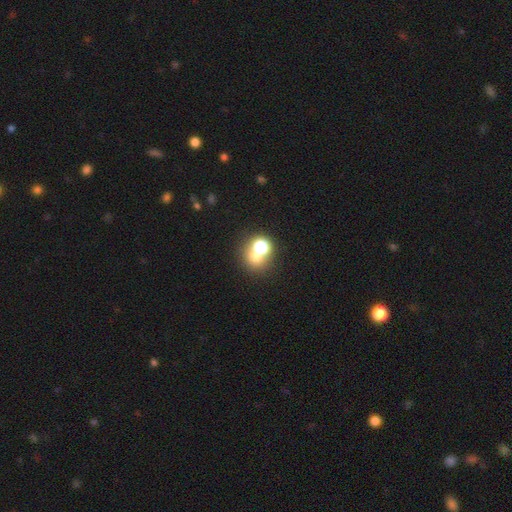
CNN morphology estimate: This is likely a smooth galaxy (64%). How rounded: likely round (76%). Merging: possibly merger (48%).